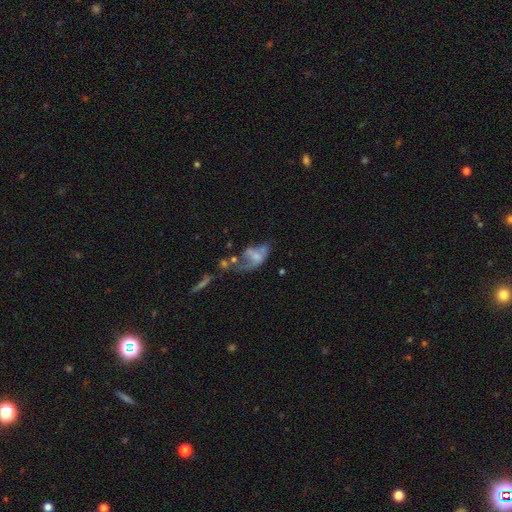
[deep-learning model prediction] Smooth or featured?
  - featured or disk: 47% *
  - smooth: 41%
  - star or artifact: 12%
Merging?
  - major disturbance: 41% *
  - merger: 27%
  - none: 17%
  - minor disturbance: 16%